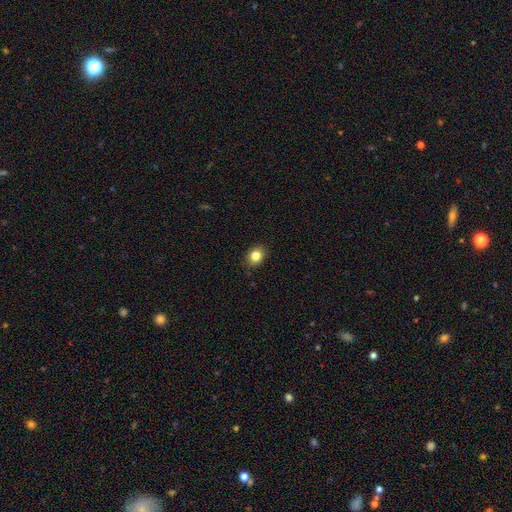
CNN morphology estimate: This appears to be a smooth galaxy with no disk features (83%) that is in between round and cigar-shaped (50%). Merging: none (88%).